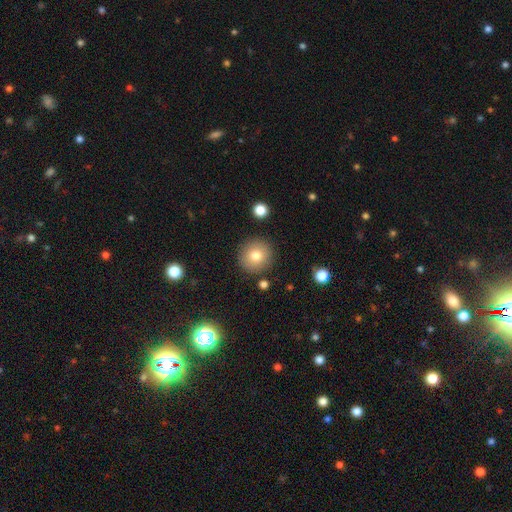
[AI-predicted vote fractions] Morphology: type=smooth (79%); roundness=round (93%); merging=none (88%).